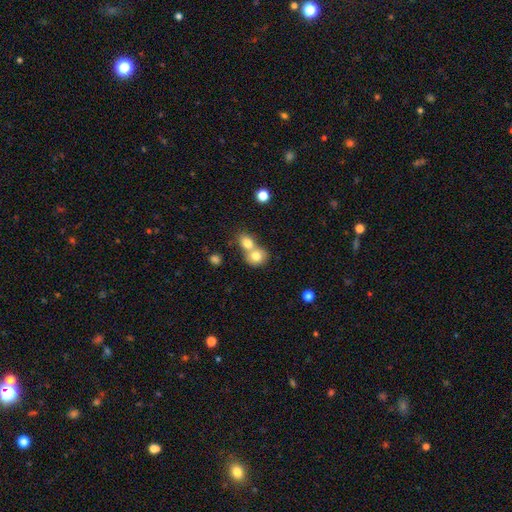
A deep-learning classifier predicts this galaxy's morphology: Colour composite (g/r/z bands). It shows a smooth galaxy with no disk features (77%) that is round (72%). Merging: merger (64%).